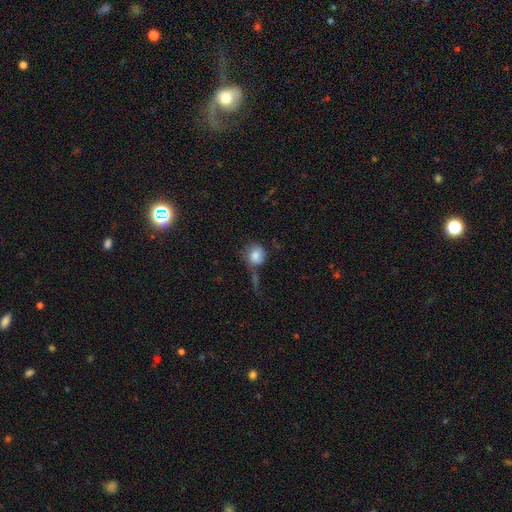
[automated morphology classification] A smooth galaxy with no disk features (78%) that is round (79%).

Vote fractions:
- Smooth or featured? smooth: 78% / featured or disk: 14% / star or artifact: 8%
- How rounded? round: 79% / in between: 20% / cigar-shaped: 1%
- Merging? none: 39% / minor disturbance: 23% / major disturbance: 22% / merger: 16%